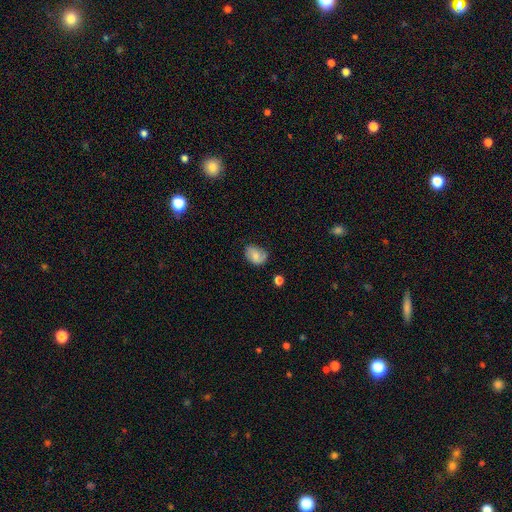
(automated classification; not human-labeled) Q: Smooth or featured?
A: smooth (67%); runner-up: featured or disk (25%)
Q: How rounded?
A: in between (68%); runner-up: round (31%)
Q: Merging?
A: none (60%); runner-up: minor disturbance (31%)